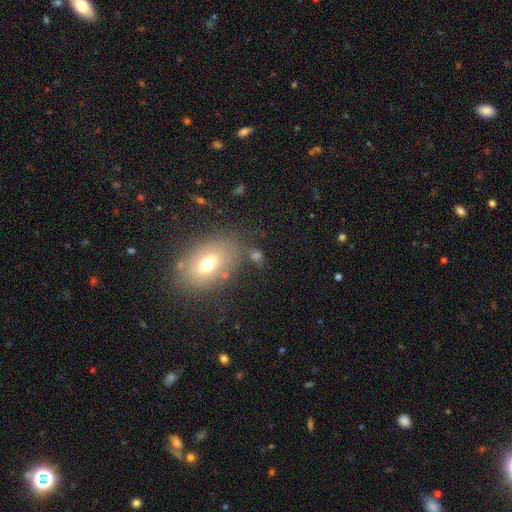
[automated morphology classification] A smooth galaxy with no disk features (63%) that is in between round and cigar-shaped (69%). Merging: none (66%).